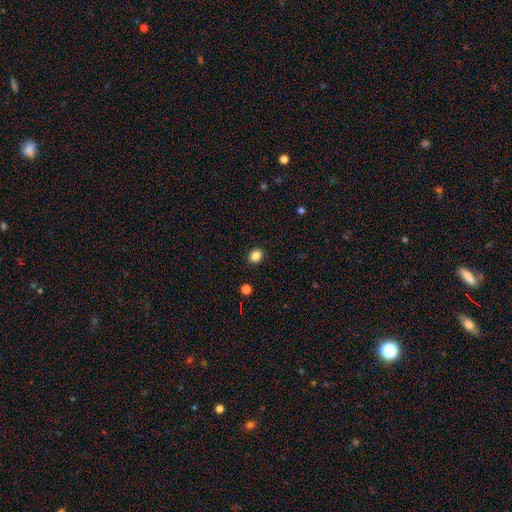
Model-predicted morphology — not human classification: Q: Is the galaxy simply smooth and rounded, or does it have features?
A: smooth — 86%.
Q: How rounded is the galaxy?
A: round — 54%.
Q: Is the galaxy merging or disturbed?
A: none — 90%.